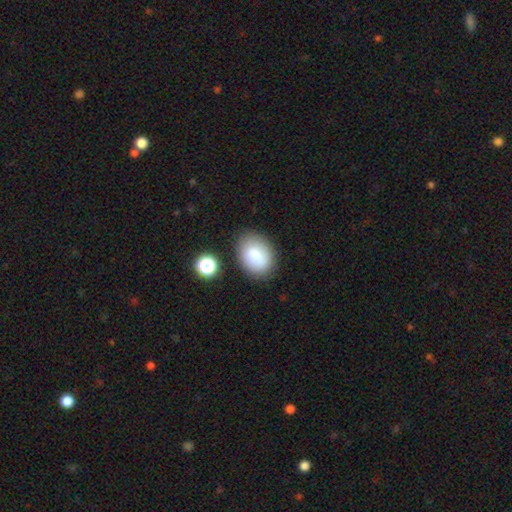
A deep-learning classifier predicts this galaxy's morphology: A smooth galaxy with no disk features (82%) that is in between round and cigar-shaped (73%). Merging: none (75%).